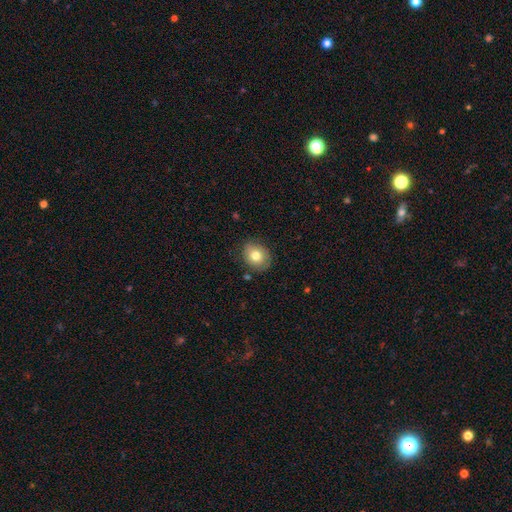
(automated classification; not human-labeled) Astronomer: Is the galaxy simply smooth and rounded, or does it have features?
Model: smooth — 74%.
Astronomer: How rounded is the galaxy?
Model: round — 59% (runner-up: in between, 41%).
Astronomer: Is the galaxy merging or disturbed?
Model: none — 81%.